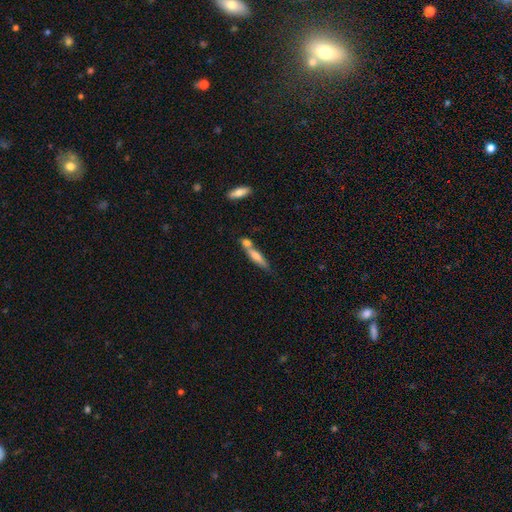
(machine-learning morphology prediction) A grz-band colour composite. It shows a smooth galaxy with no disk features (58%) that is cigar-shaped (82%). Merging: none (51%).